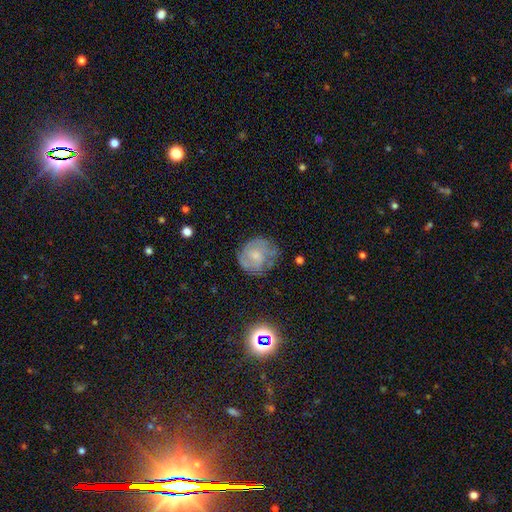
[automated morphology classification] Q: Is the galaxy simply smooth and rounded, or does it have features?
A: featured or disk — 54%.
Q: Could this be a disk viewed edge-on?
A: no — 97%.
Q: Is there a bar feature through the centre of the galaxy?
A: no — 65%.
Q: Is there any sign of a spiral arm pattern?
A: yes — 72%.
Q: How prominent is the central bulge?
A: small — 41%.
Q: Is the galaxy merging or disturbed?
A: none — 61%.